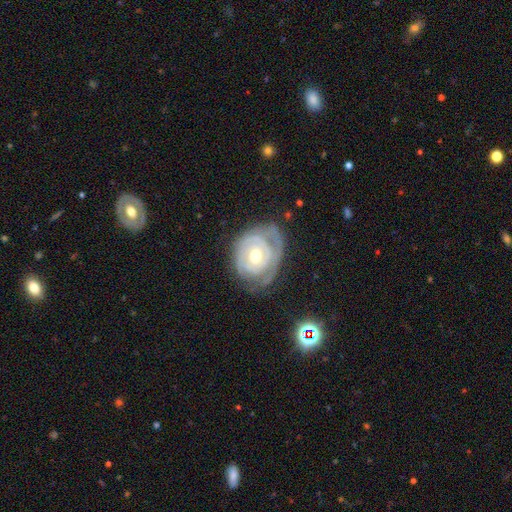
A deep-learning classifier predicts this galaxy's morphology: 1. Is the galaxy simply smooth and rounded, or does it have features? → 79% featured or disk, 16% smooth, 6% star or artifact.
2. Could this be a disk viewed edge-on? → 97% no, 3% yes.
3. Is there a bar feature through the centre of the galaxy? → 69% no, 25% weak, 6% strong.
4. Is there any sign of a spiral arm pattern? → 81% yes, 19% no.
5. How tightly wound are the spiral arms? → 74% tight, 19% medium, 7% loose.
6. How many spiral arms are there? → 42% can't tell, 27% 2, 12% 1, 11% 3, 4% 4, 3% more than 4.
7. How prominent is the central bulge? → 67% moderate, 26% small, 4% large, 1% none, 1% dominant.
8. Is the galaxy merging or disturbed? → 55% none, 28% minor disturbance, 15% major disturbance, 2% merger.